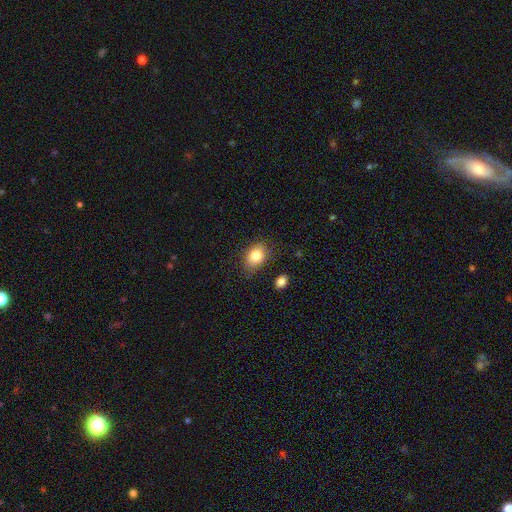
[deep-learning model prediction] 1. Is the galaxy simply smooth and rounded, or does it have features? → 82% smooth, 9% featured or disk, 9% star or artifact.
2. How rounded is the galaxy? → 73% in between, 25% round, 1% cigar-shaped.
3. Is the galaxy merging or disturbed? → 79% none, 15% minor disturbance, 3% major disturbance, 2% merger.